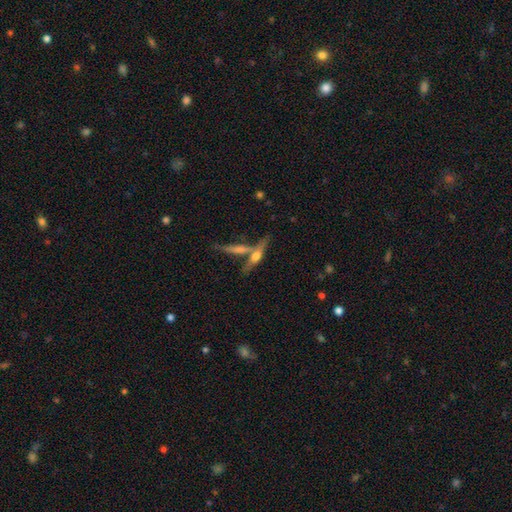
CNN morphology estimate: Smooth or featured: featured or disk — 58% (smooth — 34%)
Edge-on disk: yes — 91% (no — 9%)
Edge-on bulge: rounded — 82% (boxy — 10%)
Merging: none — 55% (merger — 31%)